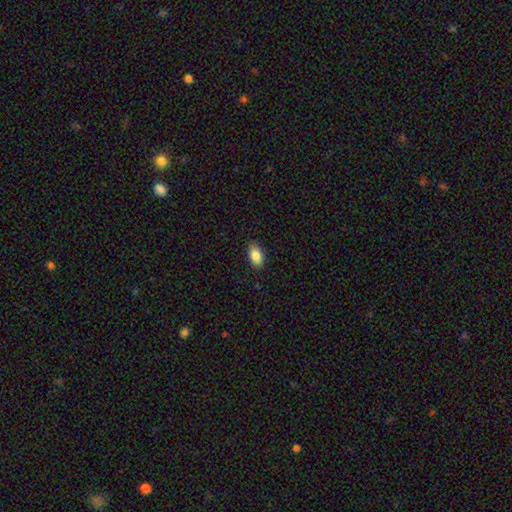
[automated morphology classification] Smooth or featured?
  - smooth: 86% *
  - star or artifact: 7%
  - featured or disk: 6%
How rounded?
  - in between: 92% *
  - round: 5%
  - cigar-shaped: 3%
Merging?
  - none: 88% *
  - minor disturbance: 9%
  - major disturbance: 2%
  - merger: 1%